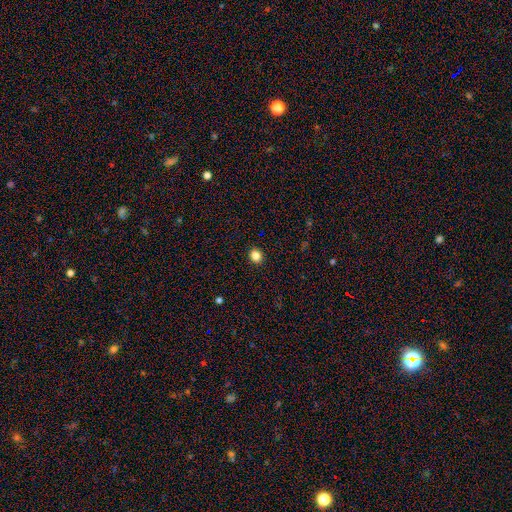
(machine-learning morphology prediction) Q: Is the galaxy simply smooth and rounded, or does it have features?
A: smooth — 84%.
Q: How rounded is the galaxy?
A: round — 77%.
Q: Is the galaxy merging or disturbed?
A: none — 92%.